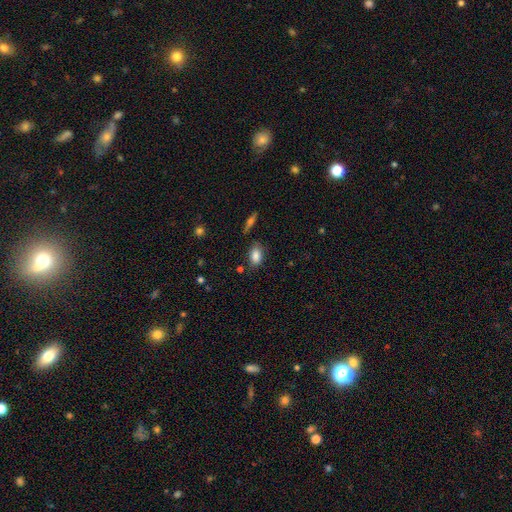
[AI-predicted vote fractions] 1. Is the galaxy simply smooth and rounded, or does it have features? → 85% smooth, 8% star or artifact, 7% featured or disk.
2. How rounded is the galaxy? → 87% in between, 10% round, 3% cigar-shaped.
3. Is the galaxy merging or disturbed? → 78% none, 15% minor disturbance, 4% major disturbance, 3% merger.